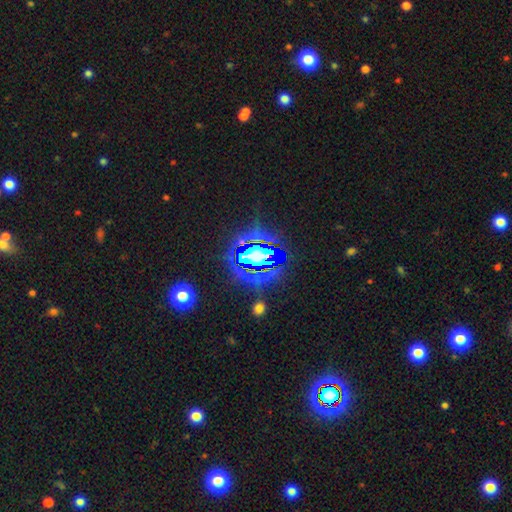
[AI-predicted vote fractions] This is likely a star or artifact rather than a galaxy (70%).